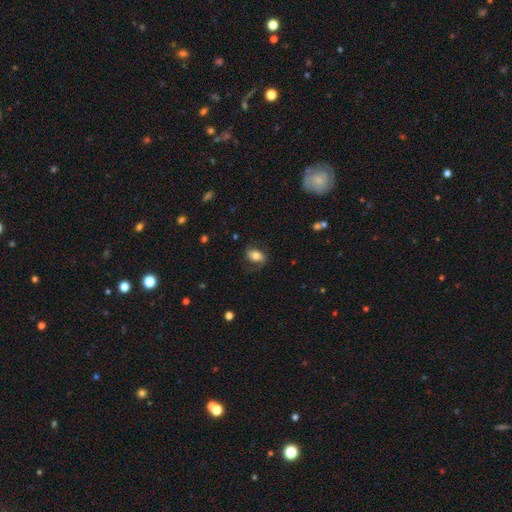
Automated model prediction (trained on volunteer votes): smooth-or-featured: smooth: 59% | featured or disk: 33% | star or artifact: 8%
  how-rounded: in between: 86% | round: 12% | cigar-shaped: 2%
  merging: none: 64% | minor disturbance: 20% | major disturbance: 15% | merger: 1%